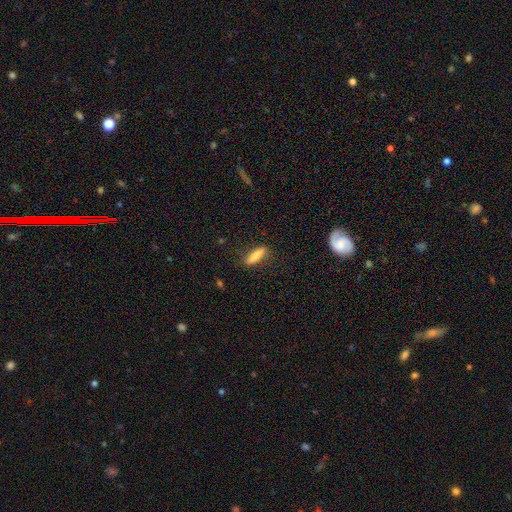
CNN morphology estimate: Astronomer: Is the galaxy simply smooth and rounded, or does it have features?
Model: smooth — 81%.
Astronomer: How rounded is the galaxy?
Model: cigar-shaped — 67%.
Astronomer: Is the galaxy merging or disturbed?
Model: none — 79%.